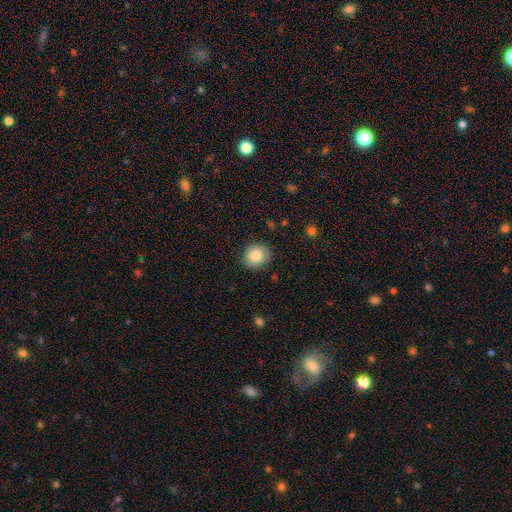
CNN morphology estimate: smooth_or_featured: smooth (p=0.84) [alt: star or artifact p=0.09]
how_rounded: round (p=0.80) [alt: in between p=0.19]
merging: none (p=0.88) [alt: minor disturbance p=0.09]